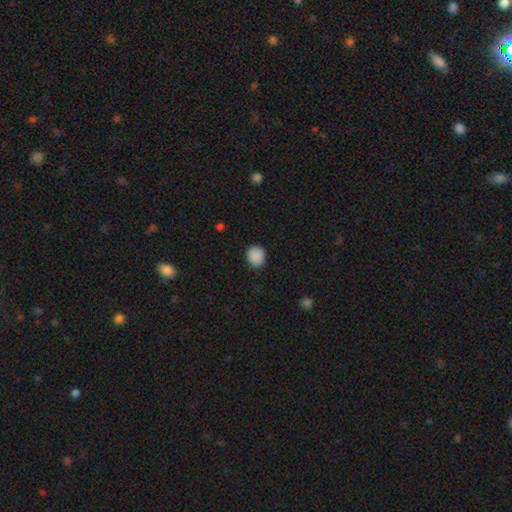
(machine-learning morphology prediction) This appears to be a smooth galaxy with no disk features (89%) that is round (76%). Merging: none (87%).